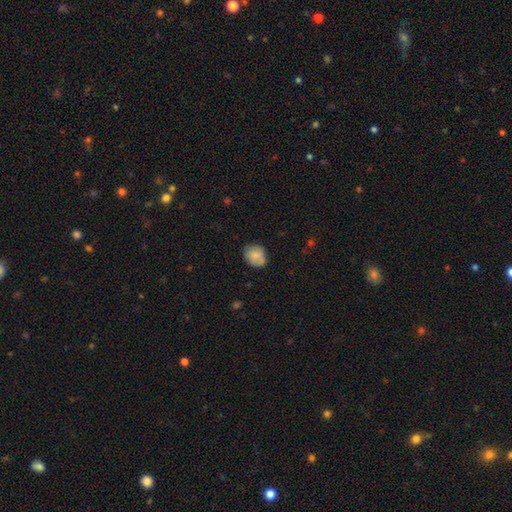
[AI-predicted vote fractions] This appears to be a smooth galaxy with no disk features (81%) that is round (57%). Merging: none (72%).